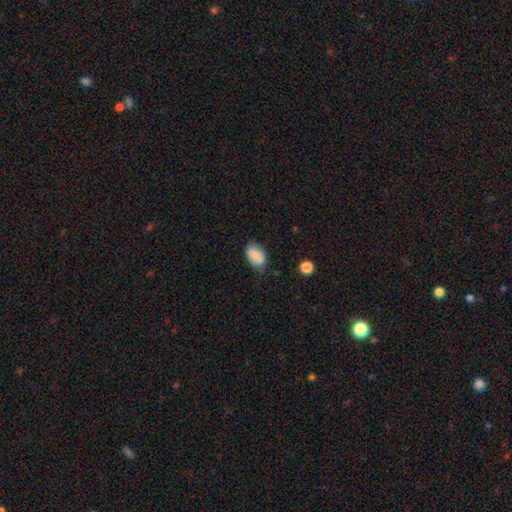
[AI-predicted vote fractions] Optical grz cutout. It shows a smooth galaxy with no disk features (77%) that is in between round and cigar-shaped (88%). Merging: none (66%).